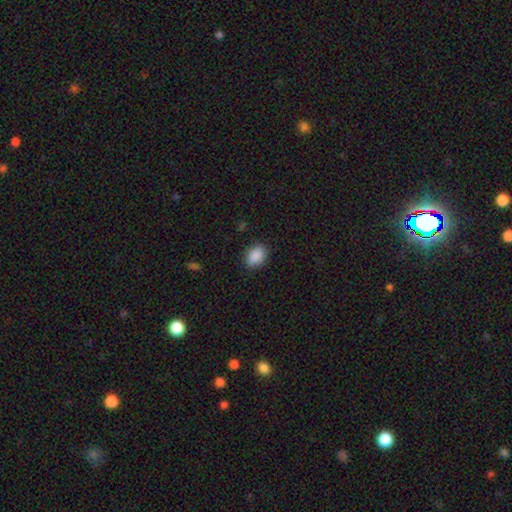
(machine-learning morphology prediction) A smooth galaxy with no disk features (89%) that is in between round and cigar-shaped (75%). Merging: none (86%).